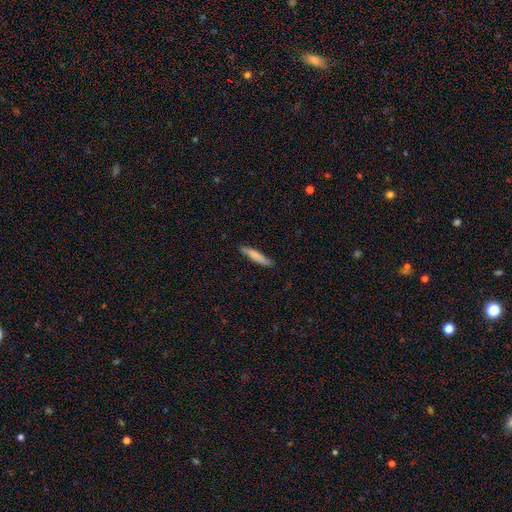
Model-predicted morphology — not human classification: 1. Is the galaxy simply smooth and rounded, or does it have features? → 79% smooth, 15% featured or disk, 6% star or artifact.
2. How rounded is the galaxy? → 88% cigar-shaped, 10% in between, 1% round.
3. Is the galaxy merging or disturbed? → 84% none, 13% minor disturbance, 2% major disturbance, 1% merger.